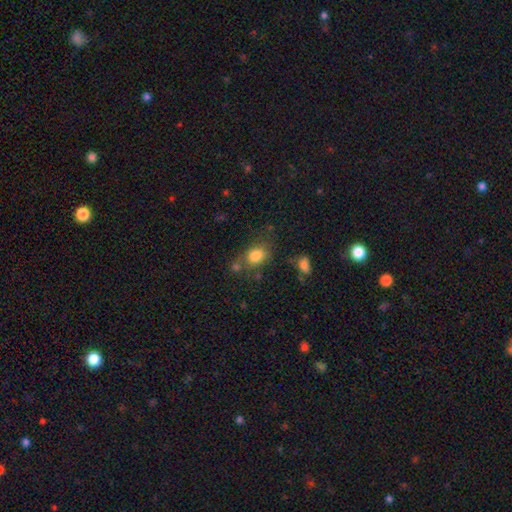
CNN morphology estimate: The model was most divided on "how rounded": in between: 63%, round: 35%, cigar-shaped: 2%. More confident: smooth or featured — smooth (82%); merging — none (60%).